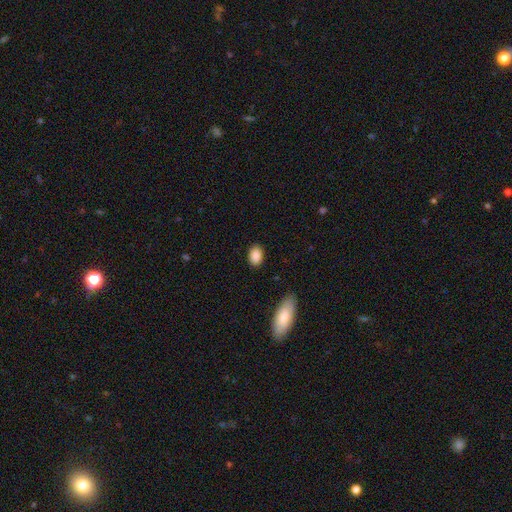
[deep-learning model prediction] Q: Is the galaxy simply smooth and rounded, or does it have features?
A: smooth — 88%.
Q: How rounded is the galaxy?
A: in between — 80%.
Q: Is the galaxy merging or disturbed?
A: none — 87%.